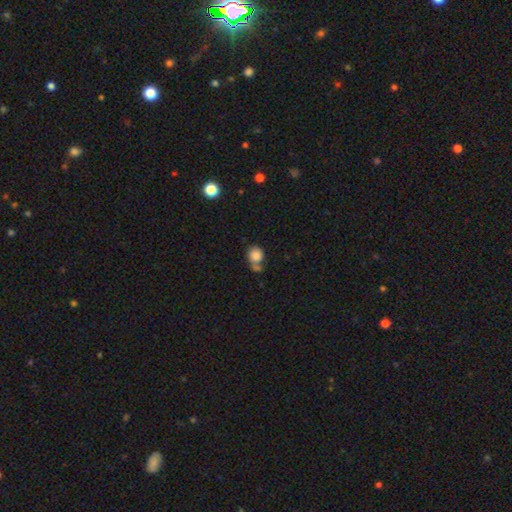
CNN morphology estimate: This appears to be a smooth galaxy with no disk features (82%) that is round (75%). Merging: none (39%).